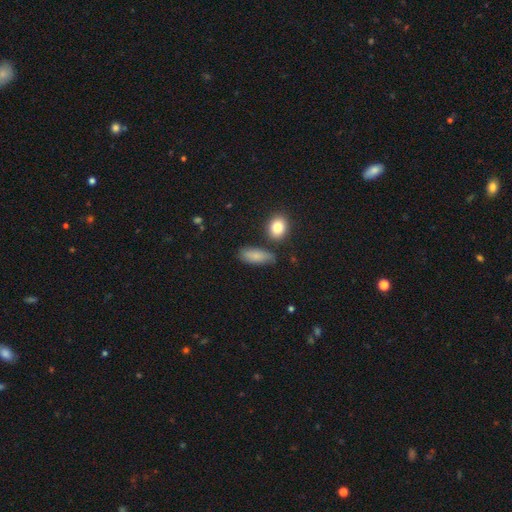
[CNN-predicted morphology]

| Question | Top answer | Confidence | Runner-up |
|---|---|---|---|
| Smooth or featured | smooth | 80% | featured or disk (12%) |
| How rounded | in between | 72% | cigar-shaped (22%) |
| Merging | none | 67% | minor disturbance (21%) |